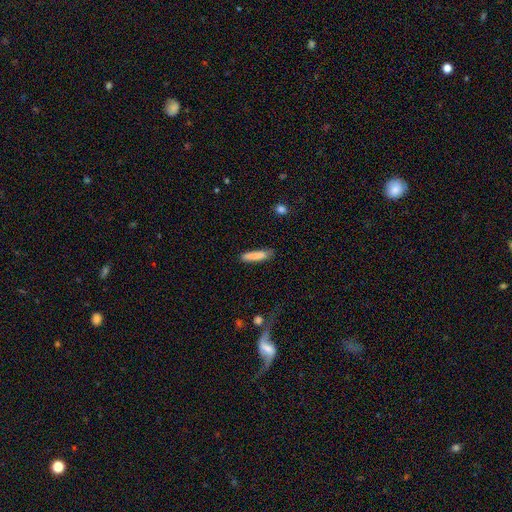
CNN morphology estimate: Smooth or featured? Predicted: smooth (p=0.85). How rounded? Predicted: cigar-shaped (p=0.83). Merging? Predicted: none (p=0.79).